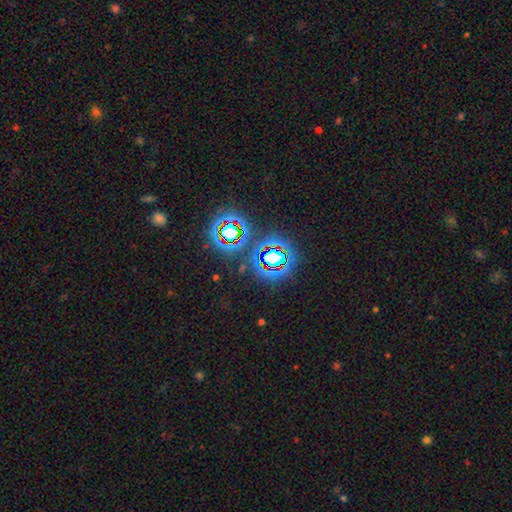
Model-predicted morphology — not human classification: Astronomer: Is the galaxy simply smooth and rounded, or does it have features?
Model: star or artifact — 66%.